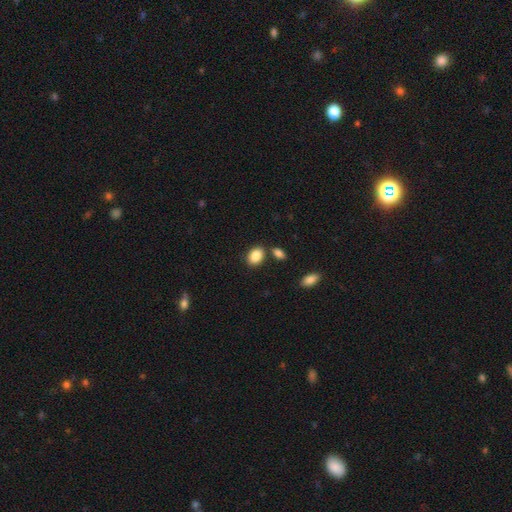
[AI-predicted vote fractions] smooth_or_featured: smooth (p=0.87) [alt: star or artifact p=0.08]
how_rounded: in between (p=0.80) [alt: round p=0.19]
merging: none (p=0.74) [alt: minor disturbance p=0.12]